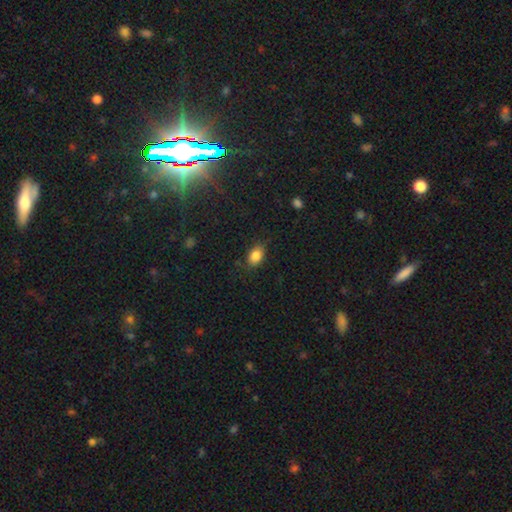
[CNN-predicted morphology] Smooth or featured?
  - smooth: 84% *
  - star or artifact: 9%
  - featured or disk: 6%
How rounded?
  - in between: 82% *
  - round: 16%
  - cigar-shaped: 2%
Merging?
  - none: 78% *
  - minor disturbance: 17%
  - major disturbance: 4%
  - merger: 1%